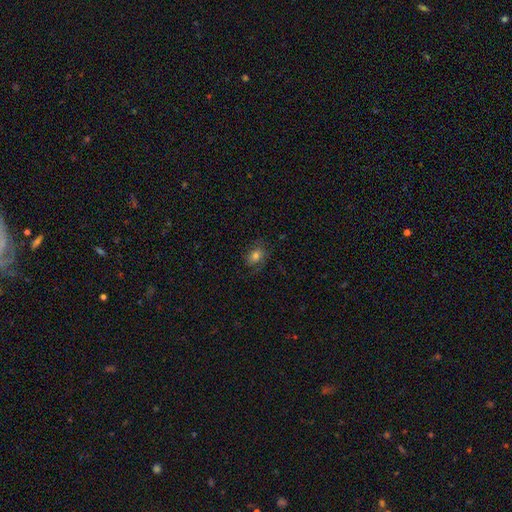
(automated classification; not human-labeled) smooth 65%, featured or disk 23%, star or artifact 12%. Down the decision tree: how rounded — in between (68%); merging — none (67%).